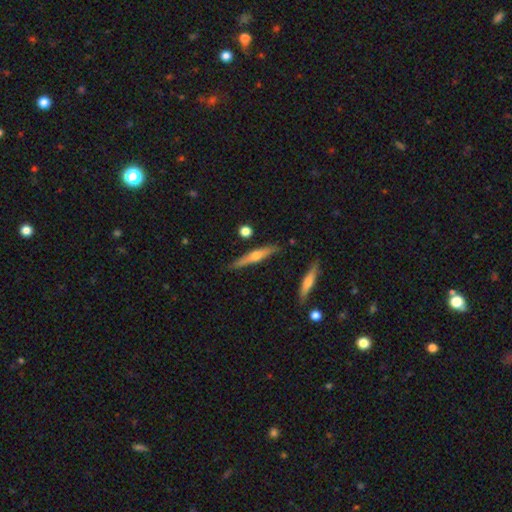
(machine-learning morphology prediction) The model was most divided on "smooth or featured": featured or disk: 59%, smooth: 35%, star or artifact: 6%. More confident: edge-on disk — yes (96%); edge-on bulge — rounded (86%); merging — none (85%).